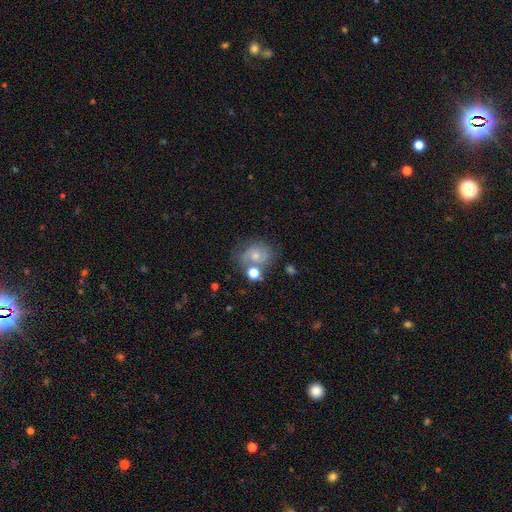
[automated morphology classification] Smooth or featured: featured or disk — 49% (smooth — 40%)
Merging: none — 51% (minor disturbance — 21%)